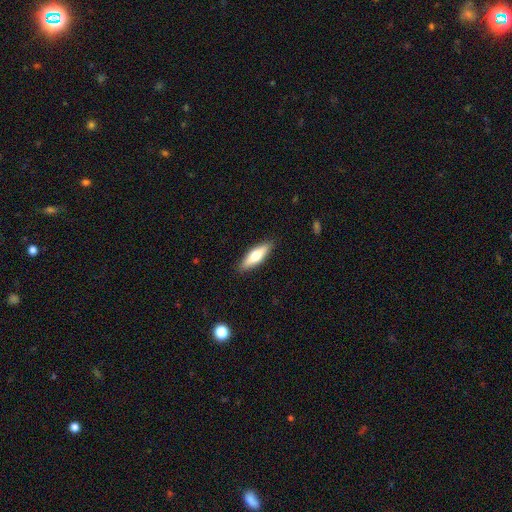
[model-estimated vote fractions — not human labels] Smooth or featured: smooth — 58% (featured or disk — 36%)
How rounded: cigar-shaped — 56% (in between — 42%)
Merging: none — 89% (minor disturbance — 8%)